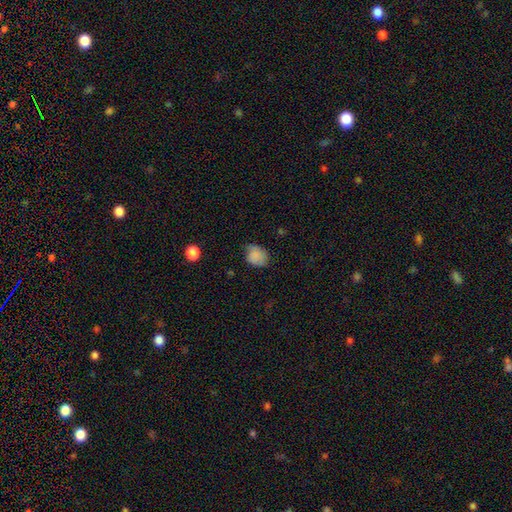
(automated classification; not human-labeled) Smooth or featured? Predicted: smooth (p=0.84). How rounded? Predicted: in between (p=0.53). Merging? Predicted: none (p=0.61).